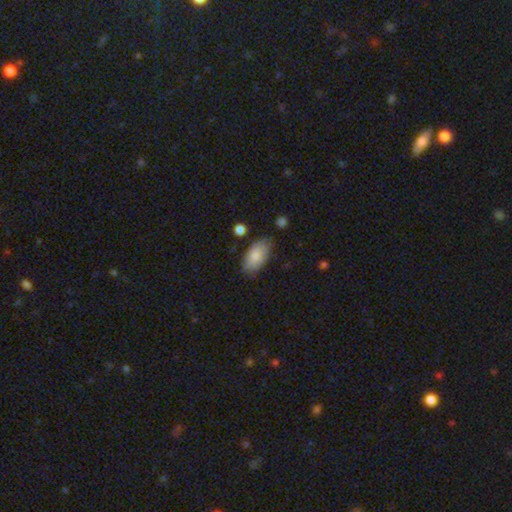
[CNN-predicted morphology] Smooth or featured? smooth (82%)
How rounded? in between (94%)
Merging? none (72%)